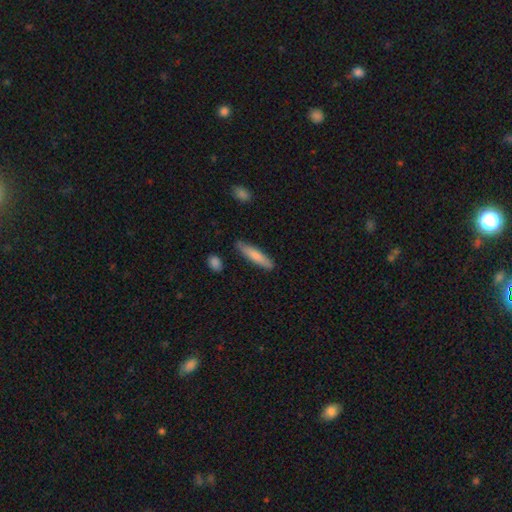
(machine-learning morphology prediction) A smooth galaxy with no disk features (79%) that is cigar-shaped (84%).

Vote fractions:
- Smooth or featured? smooth: 79% / featured or disk: 16% / star or artifact: 6%
- How rounded? cigar-shaped: 84% / in between: 15% / round: 1%
- Merging? none: 83% / minor disturbance: 13% / major disturbance: 2% / merger: 2%